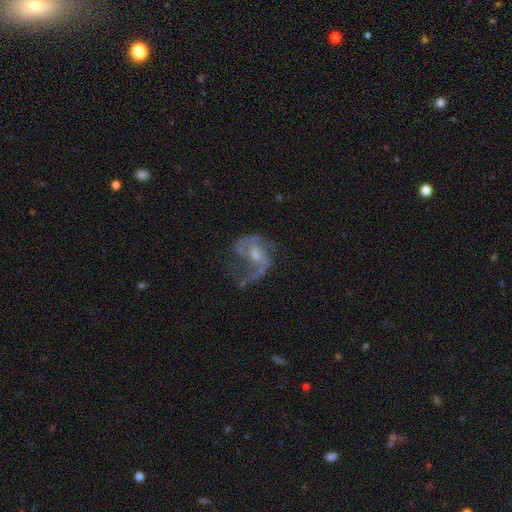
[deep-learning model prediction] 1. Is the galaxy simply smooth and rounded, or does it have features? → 82% featured or disk, 11% smooth, 8% star or artifact.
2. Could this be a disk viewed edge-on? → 98% no, 2% yes.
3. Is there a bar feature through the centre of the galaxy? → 45% no, 44% weak, 11% strong.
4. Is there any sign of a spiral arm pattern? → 89% yes, 11% no.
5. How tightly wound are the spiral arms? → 50% loose, 40% medium, 11% tight.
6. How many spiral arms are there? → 69% 2, 15% 1, 9% can't tell, 4% 3, 2% 4, 2% more than 4.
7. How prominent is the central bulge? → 50% small, 40% moderate, 7% none, 2% large, 1% dominant.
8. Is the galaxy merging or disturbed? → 45% none, 32% major disturbance, 20% minor disturbance, 3% merger.